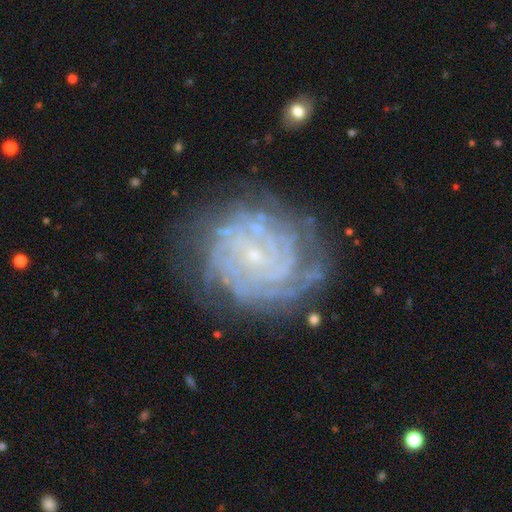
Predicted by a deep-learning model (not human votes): This appears to be a featured or disk galaxy (85%) with no bar (68%), tight (79%) spiral arms (95%) and a small central bulge (85%). Merging: none (73%).